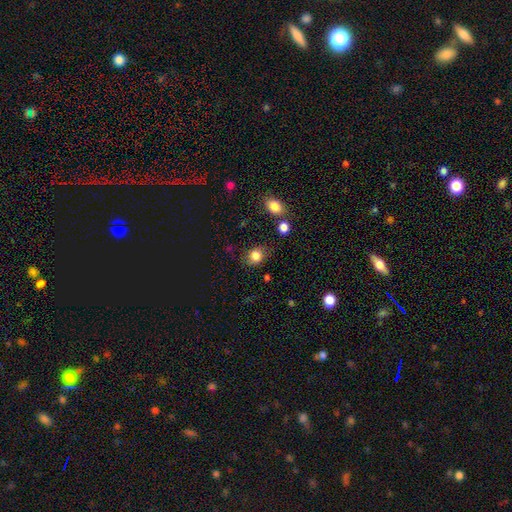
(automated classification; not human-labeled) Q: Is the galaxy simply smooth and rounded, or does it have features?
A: smooth — 83%.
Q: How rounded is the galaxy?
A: round — 57%.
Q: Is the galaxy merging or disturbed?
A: none — 76%.